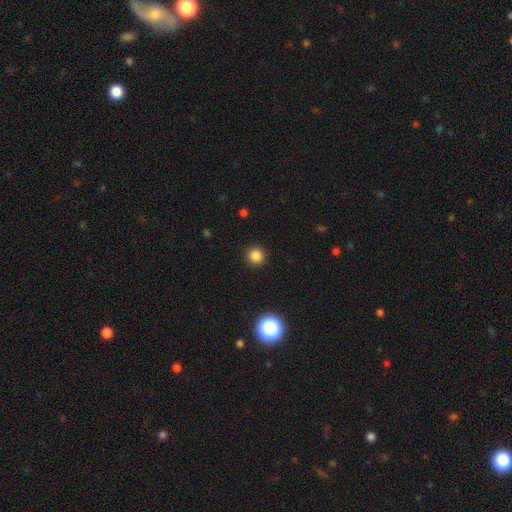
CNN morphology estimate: smooth 83%, star or artifact 13%, featured or disk 4%. Down the decision tree: how rounded — round (95%); merging — none (92%).